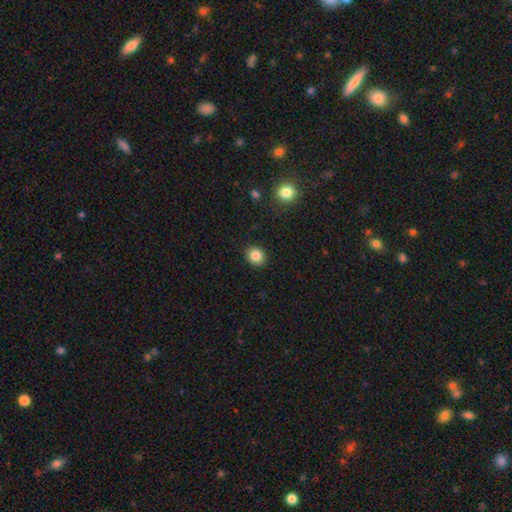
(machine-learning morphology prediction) Smooth or featured? Predicted: smooth (p=0.85). How rounded? Predicted: round (p=0.77). Merging? Predicted: none (p=0.91).